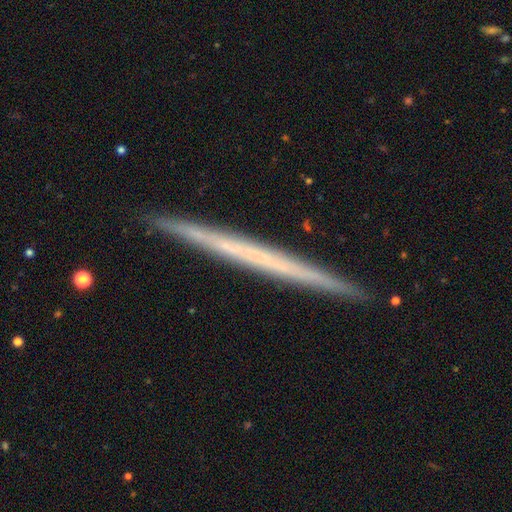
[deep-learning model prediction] This appears to be a featured or disk galaxy (62%) viewed edge-on (98%) with no central bulge (93%). Merging: none (92%).